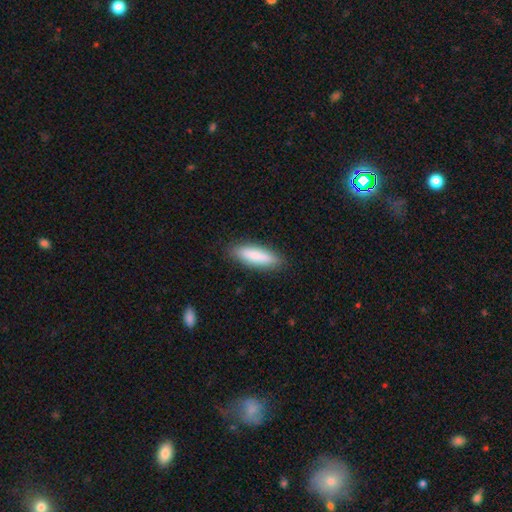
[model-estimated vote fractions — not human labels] This is clearly a smooth galaxy (86%). How rounded: possibly cigar-shaped (57%). Merging: clearly none (87%).